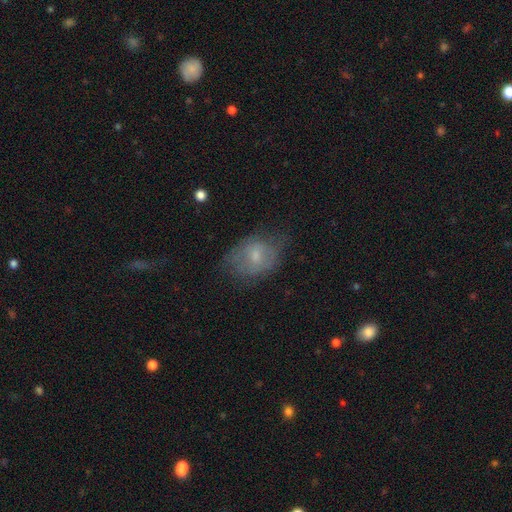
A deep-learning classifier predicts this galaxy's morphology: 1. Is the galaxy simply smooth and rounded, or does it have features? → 53% smooth, 38% featured or disk, 9% star or artifact.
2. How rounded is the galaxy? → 67% in between, 32% round, 1% cigar-shaped.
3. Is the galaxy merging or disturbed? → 53% none, 29% minor disturbance, 17% major disturbance, 2% merger.